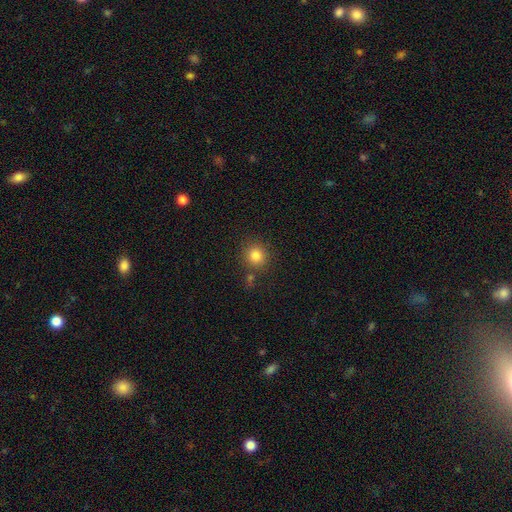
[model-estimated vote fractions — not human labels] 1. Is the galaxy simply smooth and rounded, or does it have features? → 82% smooth, 12% star or artifact, 6% featured or disk.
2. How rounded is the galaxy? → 90% round, 9% in between, 1% cigar-shaped.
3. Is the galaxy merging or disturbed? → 80% none, 9% minor disturbance, 8% merger, 3% major disturbance.